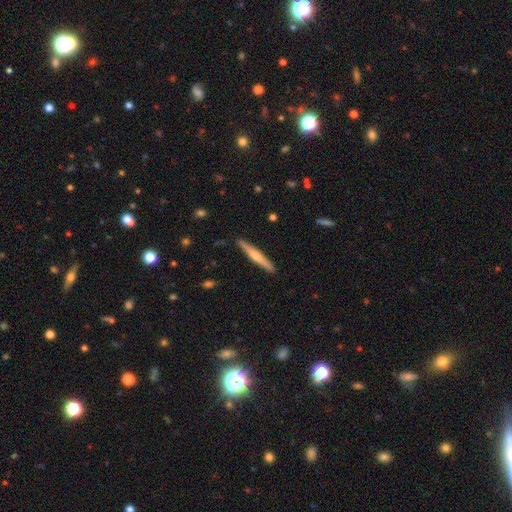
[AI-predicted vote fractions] The model was most divided on "smooth or featured": featured or disk: 55%, smooth: 40%, star or artifact: 5%. More confident: edge-on disk — yes (97%); merging — none (90%); edge-on bulge — rounded (74%).